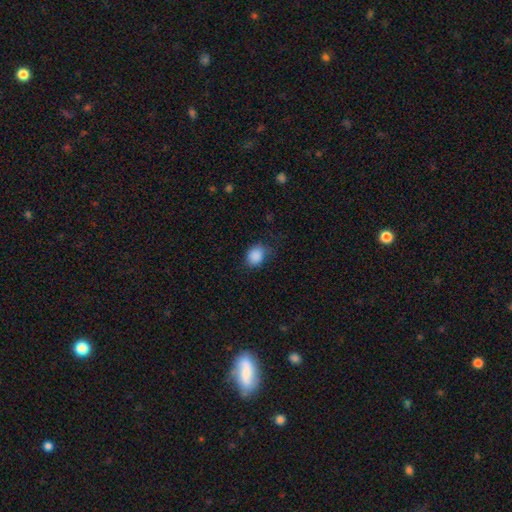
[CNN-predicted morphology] Smooth or featured: smooth — 88% (star or artifact — 9%)
How rounded: round — 51% (in between — 49%)
Merging: none — 69% (minor disturbance — 22%)